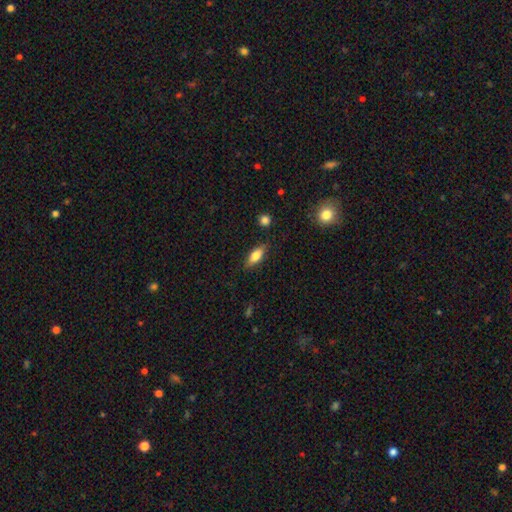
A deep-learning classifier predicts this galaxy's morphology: Overall: smooth (73%). How rounded: in between (70%). Merging: none (84%).